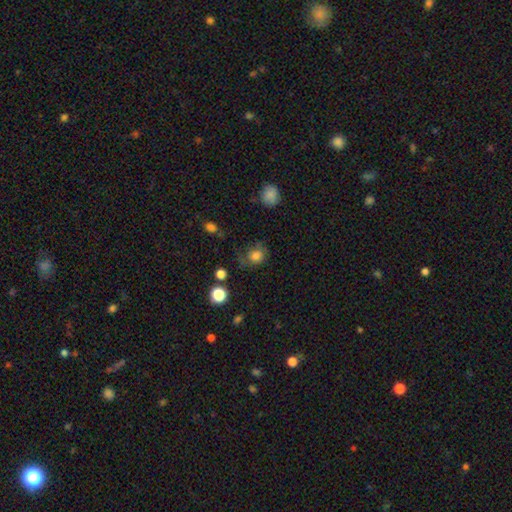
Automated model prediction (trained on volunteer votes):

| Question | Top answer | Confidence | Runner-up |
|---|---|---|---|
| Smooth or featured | smooth | 78% | star or artifact (13%) |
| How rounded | round | 71% | in between (28%) |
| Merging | none | 57% | minor disturbance (26%) |